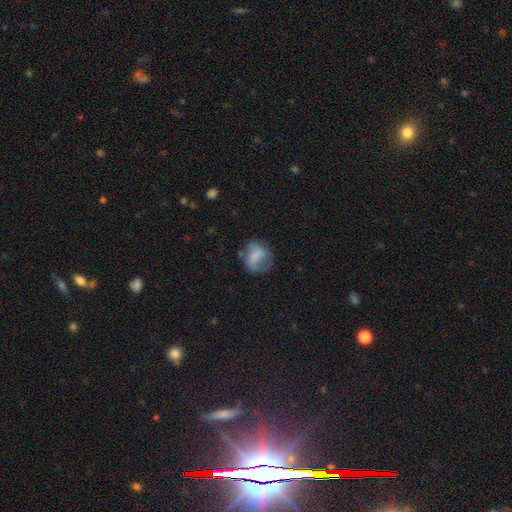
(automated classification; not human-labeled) Morphology: type=smooth (59%); roundness=round (57%); merging=none (48%).